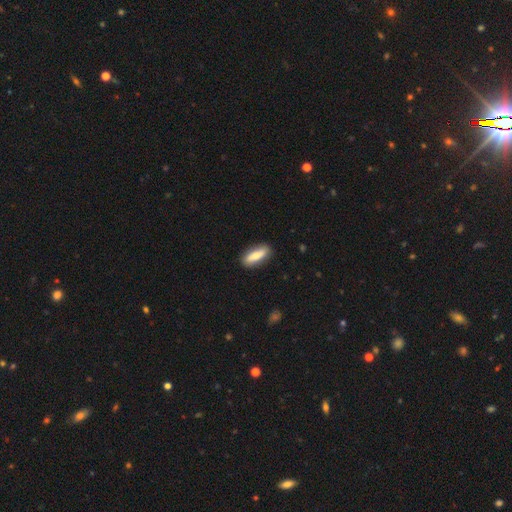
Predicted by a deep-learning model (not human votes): A smooth galaxy with no disk features (66%) that is in between round and cigar-shaped (61%). Merging: none (86%).